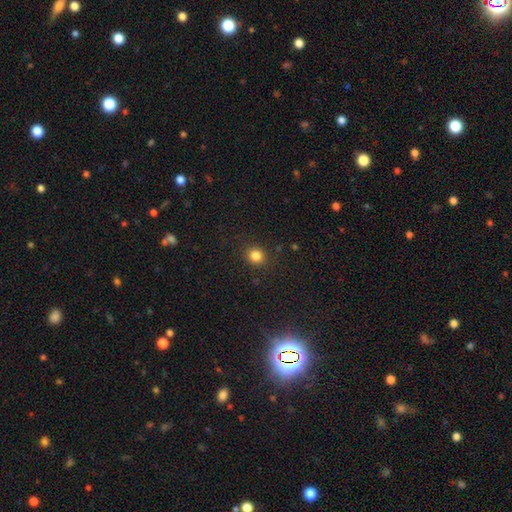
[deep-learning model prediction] Overall: smooth (83%). How rounded: round (86%). Merging: none (89%).